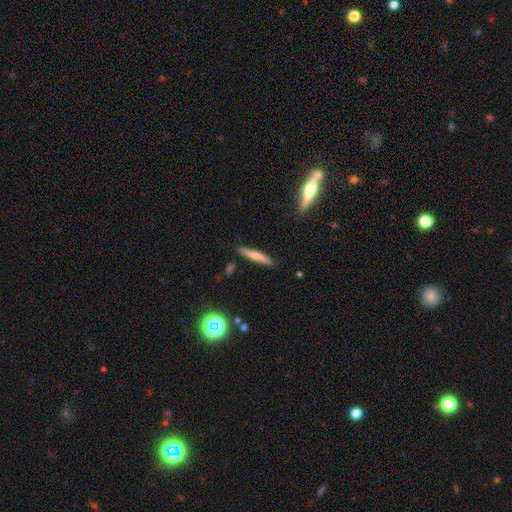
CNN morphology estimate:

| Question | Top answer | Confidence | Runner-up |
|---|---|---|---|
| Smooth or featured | smooth | 63% | featured or disk (29%) |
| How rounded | cigar-shaped | 93% | in between (6%) |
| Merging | none | 88% | minor disturbance (8%) |